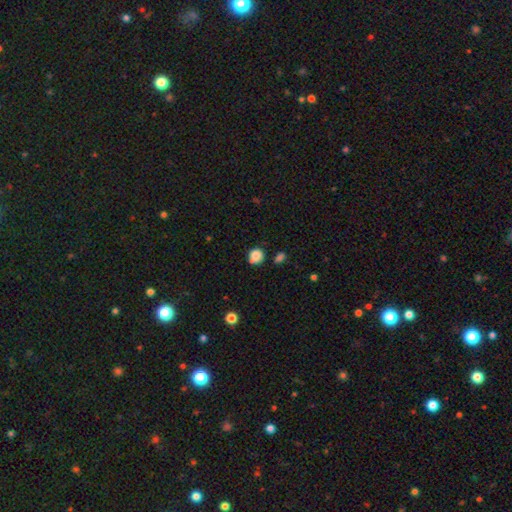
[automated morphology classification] Smooth or featured?
  - smooth: 84% *
  - star or artifact: 10%
  - featured or disk: 7%
How rounded?
  - round: 87% *
  - in between: 12%
  - cigar-shaped: 1%
Merging?
  - none: 70% *
  - minor disturbance: 18%
  - merger: 7%
  - major disturbance: 4%